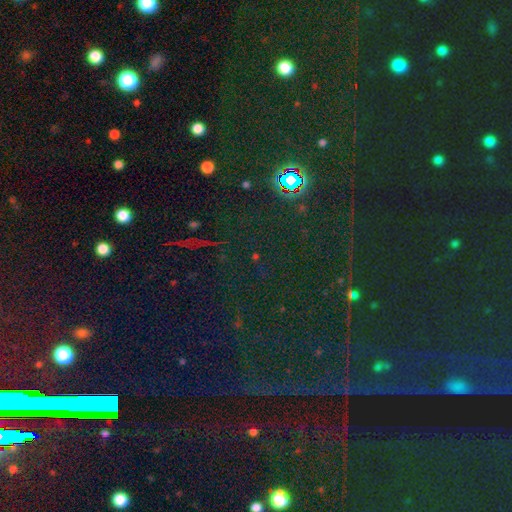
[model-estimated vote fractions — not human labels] Smooth or featured? star or artifact (82%)